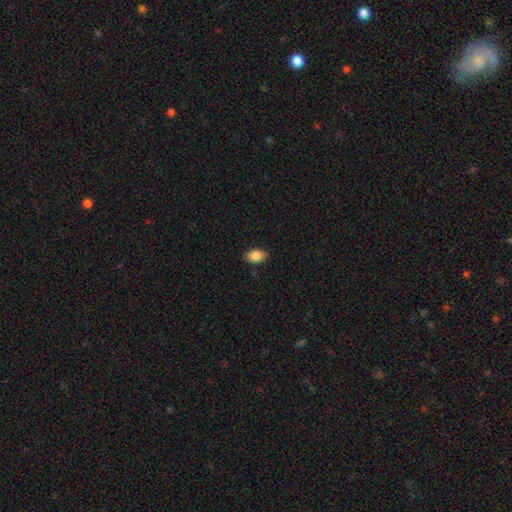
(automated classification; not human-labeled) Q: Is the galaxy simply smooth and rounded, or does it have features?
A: smooth — 88%.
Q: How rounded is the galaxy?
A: in between — 86%.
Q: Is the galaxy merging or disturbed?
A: none — 85%.